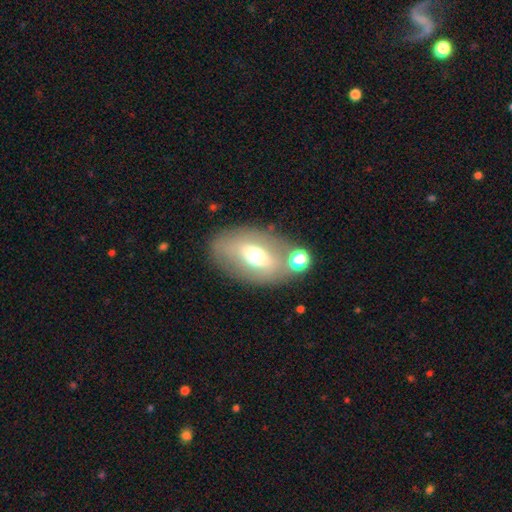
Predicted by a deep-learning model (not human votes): smooth_or_featured: smooth (p=0.51) [alt: featured or disk p=0.40]
how_rounded: in between (p=0.84) [alt: round p=0.14]
merging: none (p=0.64) [alt: minor disturbance p=0.15]